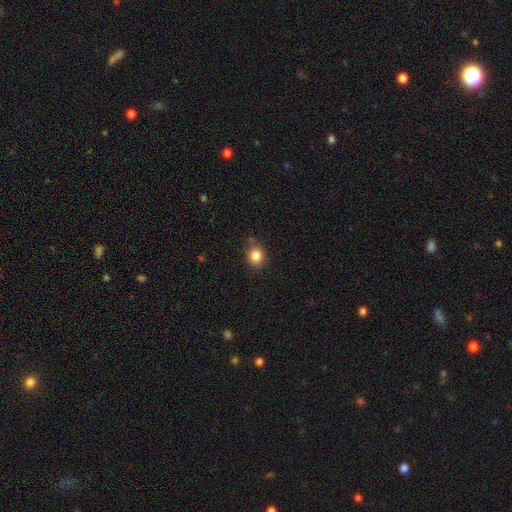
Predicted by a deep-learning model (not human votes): Overall: smooth (84%). How rounded: round (70%). Merging: none (81%).